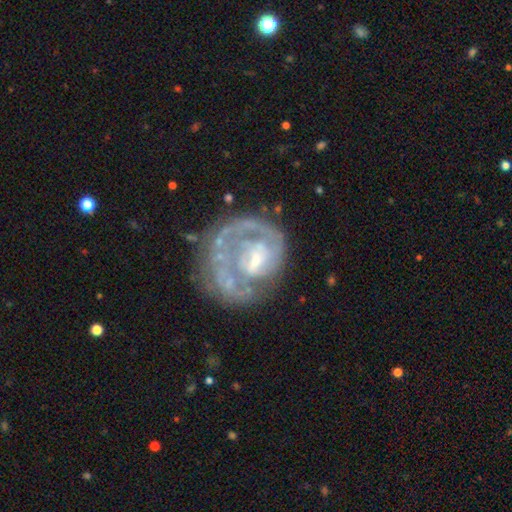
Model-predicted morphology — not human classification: Q: Smooth or featured?
A: featured or disk (77%); runner-up: smooth (15%)
Q: Edge-on disk?
A: no (98%); runner-up: yes (2%)
Q: Bar?
A: no (57%); runner-up: weak (33%)
Q: Spiral arms?
A: yes (66%); runner-up: no (34%)
Q: Bulge size?
A: small (35%); runner-up: moderate (33%)
Q: Merging?
A: none (52%); runner-up: major disturbance (25%)